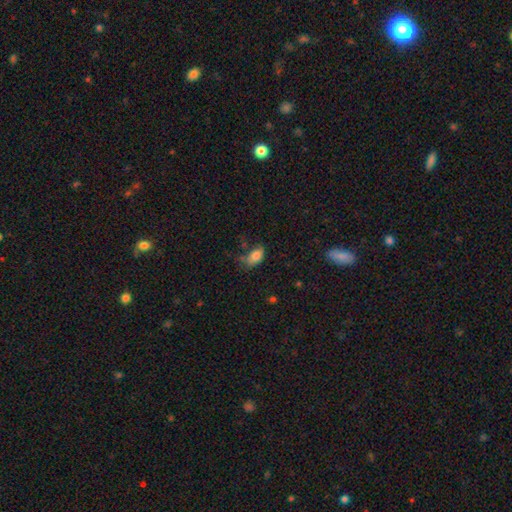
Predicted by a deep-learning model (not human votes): smooth-or-featured: smooth: 82% | star or artifact: 9% | featured or disk: 9%
  how-rounded: in between: 90% | round: 8% | cigar-shaped: 2%
  merging: none: 48% | minor disturbance: 32% | major disturbance: 13% | merger: 6%